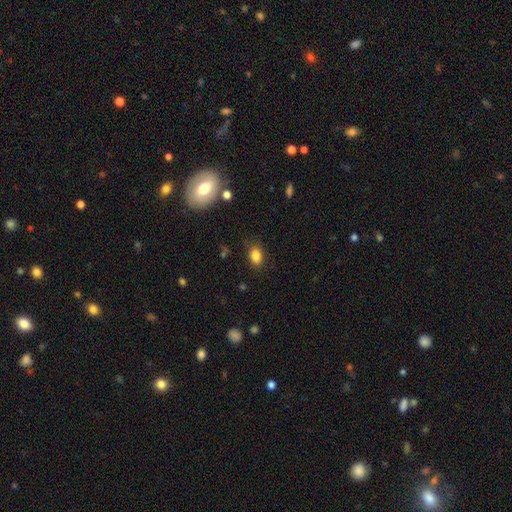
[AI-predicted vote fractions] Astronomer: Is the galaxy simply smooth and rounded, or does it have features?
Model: smooth — 85%.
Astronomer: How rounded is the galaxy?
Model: in between — 78%.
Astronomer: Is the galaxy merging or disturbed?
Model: none — 81%.